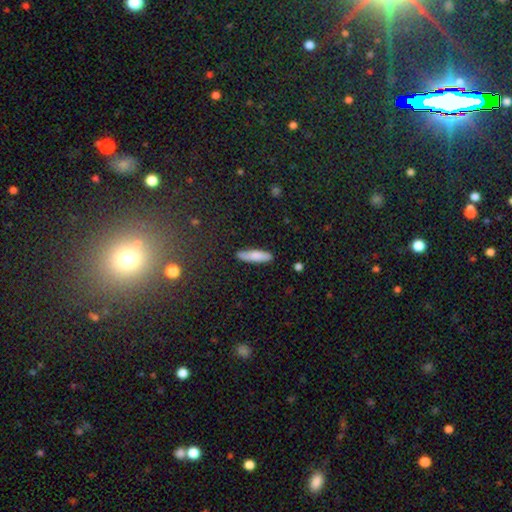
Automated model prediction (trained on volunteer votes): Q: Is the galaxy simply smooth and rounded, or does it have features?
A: smooth — 81%.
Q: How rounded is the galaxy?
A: cigar-shaped — 73%.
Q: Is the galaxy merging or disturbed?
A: none — 87%.